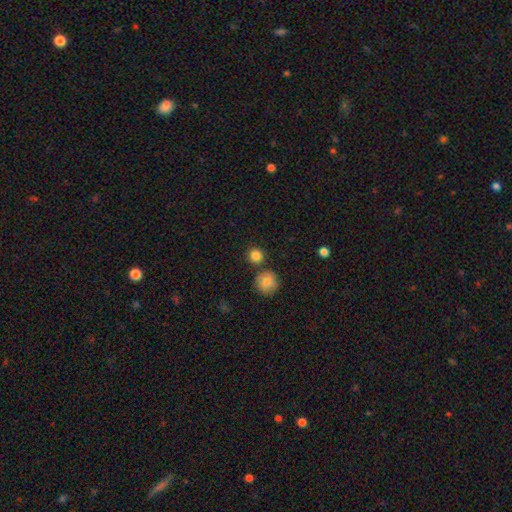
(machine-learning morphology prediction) Overall: smooth (84%). How rounded: round (92%). Merging: none (76%).